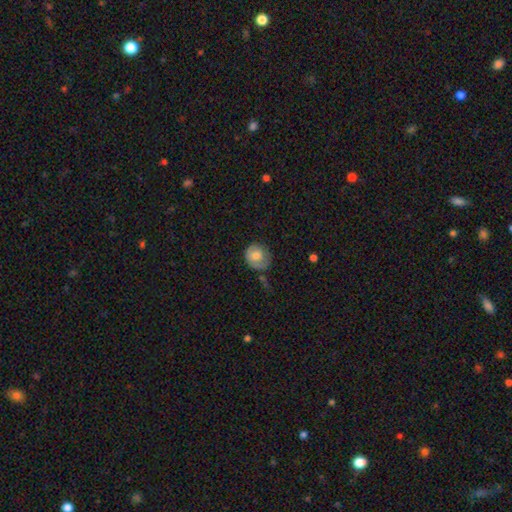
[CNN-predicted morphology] A smooth galaxy with no disk features (73%) that is round (80%). Merging: none (61%).